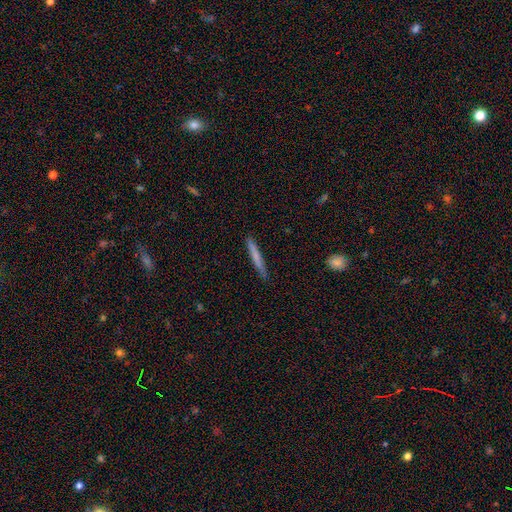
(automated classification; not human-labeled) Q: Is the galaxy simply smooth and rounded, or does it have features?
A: smooth — 70%.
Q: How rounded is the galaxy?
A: cigar-shaped — 96%.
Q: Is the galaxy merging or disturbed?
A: none — 89%.